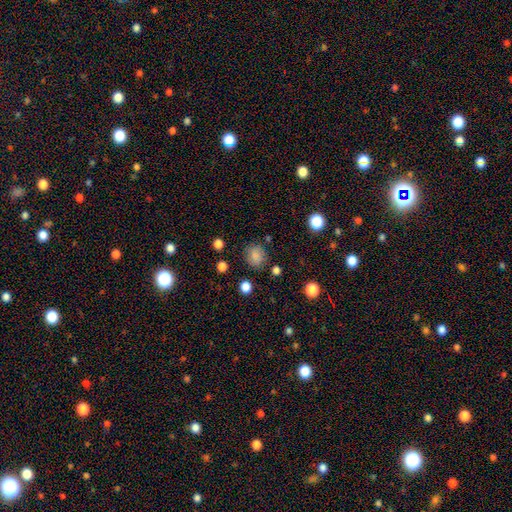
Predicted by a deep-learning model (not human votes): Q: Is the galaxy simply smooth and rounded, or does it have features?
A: smooth — 82%.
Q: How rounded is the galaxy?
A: round — 73%.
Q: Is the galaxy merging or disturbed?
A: none — 81%.